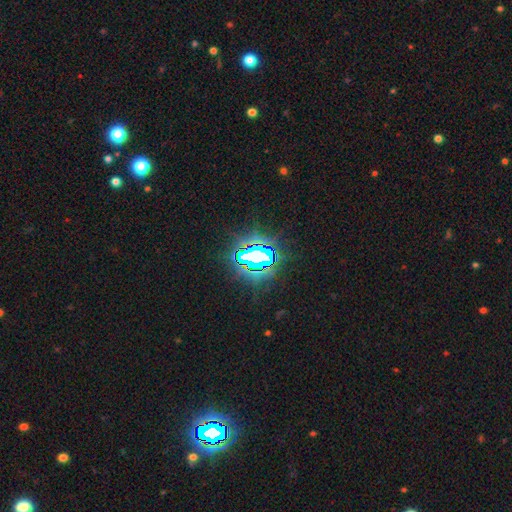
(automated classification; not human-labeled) Smooth or featured? Predicted: star or artifact (p=0.73).